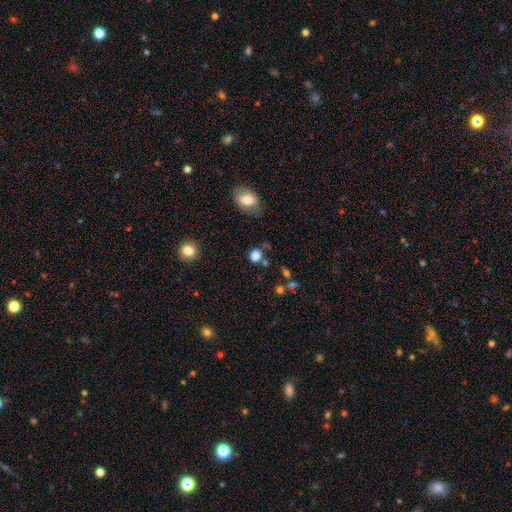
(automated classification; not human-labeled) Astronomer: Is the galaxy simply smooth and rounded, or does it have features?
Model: smooth — 81%.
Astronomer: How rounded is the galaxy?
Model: round — 59% (runner-up: in between, 39%).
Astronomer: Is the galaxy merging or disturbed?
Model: none — 70%.